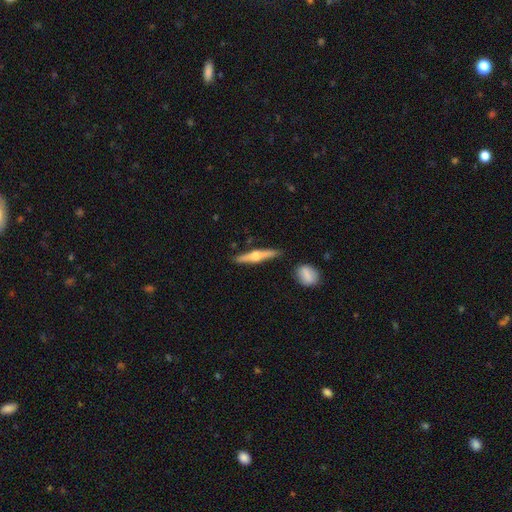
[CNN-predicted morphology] Smooth or featured?
  - featured or disk: 68% *
  - smooth: 27%
  - star or artifact: 5%
Edge-on disk?
  - yes: 97% *
  - no: 3%
Edge-on bulge?
  - rounded: 94% *
  - boxy: 3%
  - none: 2%
Merging?
  - none: 87% *
  - minor disturbance: 9%
  - merger: 3%
  - major disturbance: 2%